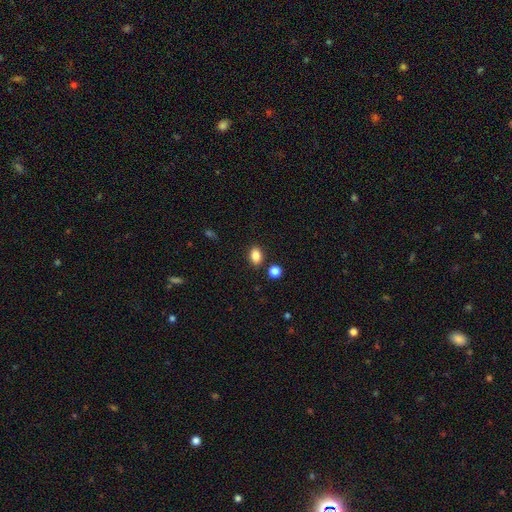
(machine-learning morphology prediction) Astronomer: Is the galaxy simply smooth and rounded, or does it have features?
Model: smooth — 85%.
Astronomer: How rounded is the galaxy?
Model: in between — 75%.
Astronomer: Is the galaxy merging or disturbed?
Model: none — 83%.